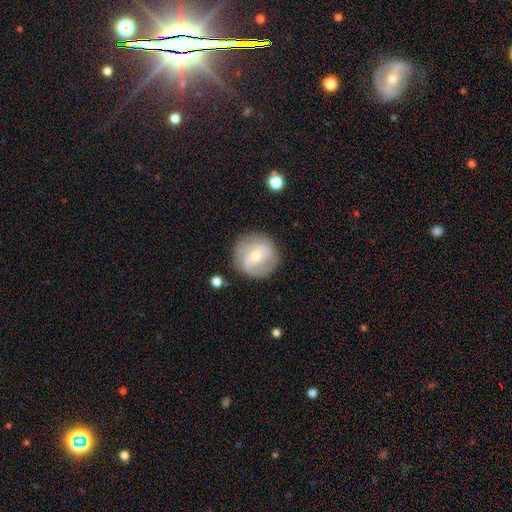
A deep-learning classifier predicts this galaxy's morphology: Smooth or featured? Predicted: featured or disk (p=0.67). Edge-on disk? Predicted: no (p=0.97). Bar? Predicted: weak (p=0.46). Spiral arms? Predicted: yes (p=0.83). Spiral winding? Predicted: tight (p=0.45). Spiral arm count? Predicted: 2 (p=0.55). Bulge size? Predicted: moderate (p=0.53). Merging? Predicted: none (p=0.83).